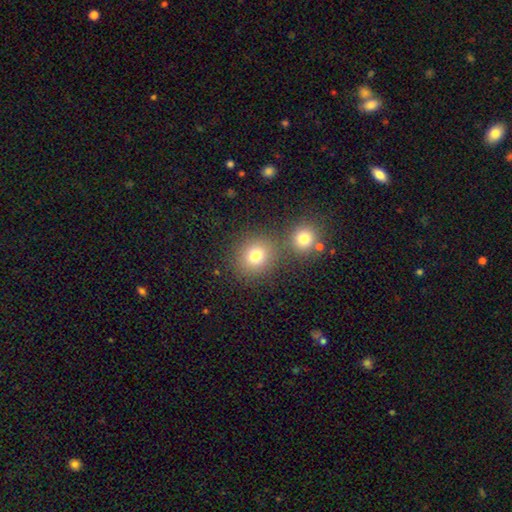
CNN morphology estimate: A smooth galaxy with no disk features (77%) that is round (81%).

Vote fractions:
- Smooth or featured? smooth: 77% / star or artifact: 15% / featured or disk: 8%
- How rounded? round: 81% / in between: 18% / cigar-shaped: 1%
- Merging? none: 71% / merger: 18% / minor disturbance: 8% / major disturbance: 3%